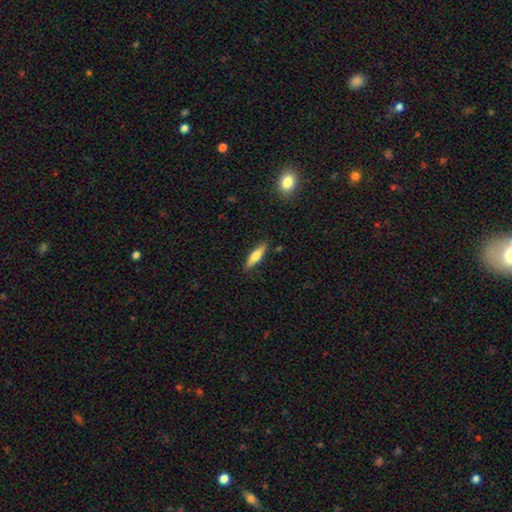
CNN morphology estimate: A smooth galaxy with no disk features (63%) that is cigar-shaped (68%). Merging: none (87%).